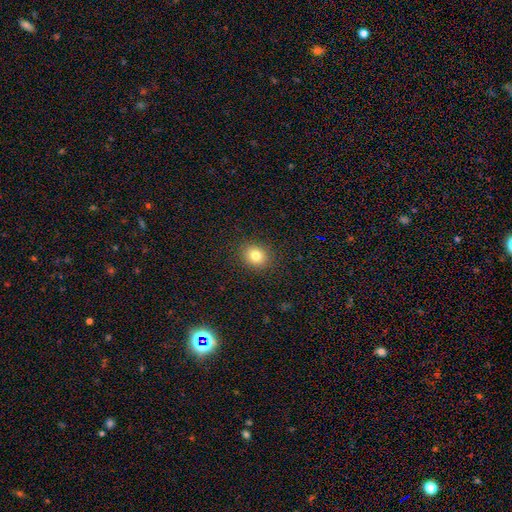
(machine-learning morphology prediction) smooth 81%, star or artifact 12%, featured or disk 7%. Down the decision tree: how rounded — round (68%); merging — none (90%).